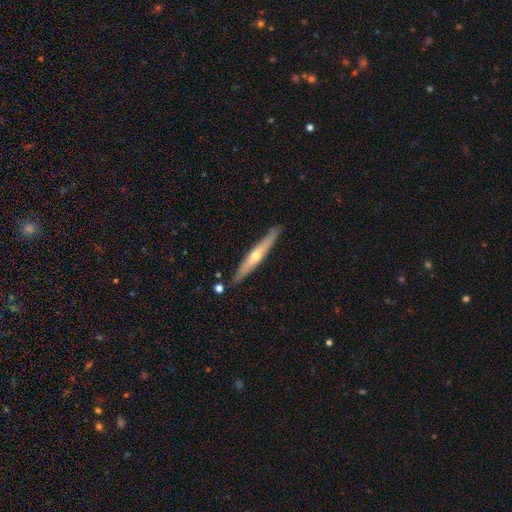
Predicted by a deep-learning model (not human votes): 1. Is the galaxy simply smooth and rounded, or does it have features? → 62% featured or disk, 33% smooth, 6% star or artifact.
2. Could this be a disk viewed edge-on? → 93% yes, 7% no.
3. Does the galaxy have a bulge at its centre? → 78% rounded, 20% none, 2% boxy.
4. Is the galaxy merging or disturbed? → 87% none, 9% minor disturbance, 2% merger, 2% major disturbance.